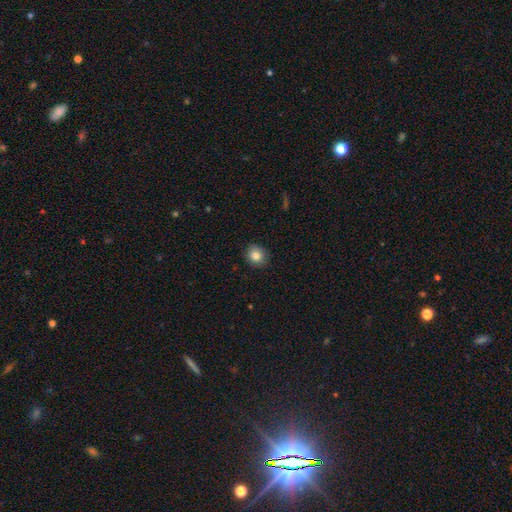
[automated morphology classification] smooth_or_featured: smooth (p=0.84) [alt: star or artifact p=0.10]
how_rounded: round (p=0.74) [alt: in between p=0.25]
merging: none (p=0.88) [alt: minor disturbance p=0.09]